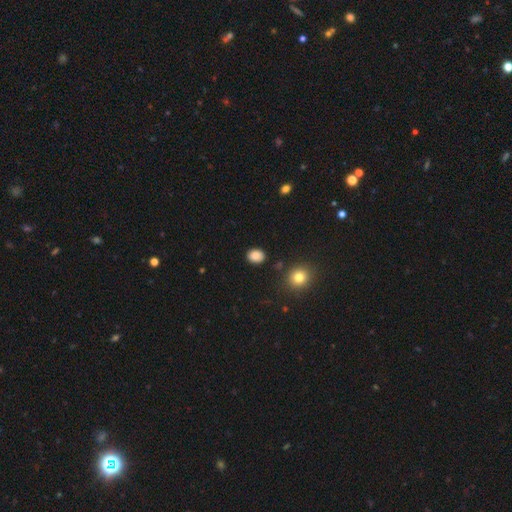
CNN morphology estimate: Overall: smooth (87%). How rounded: in between (54%; round 45%). Merging: none (87%).